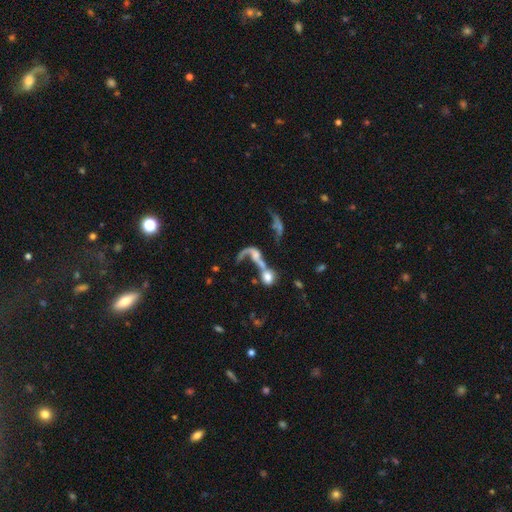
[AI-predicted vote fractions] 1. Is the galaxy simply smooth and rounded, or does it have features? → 62% featured or disk, 26% smooth, 12% star or artifact.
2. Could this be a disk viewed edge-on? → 92% no, 8% yes.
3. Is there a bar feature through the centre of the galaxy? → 66% no, 24% weak, 10% strong.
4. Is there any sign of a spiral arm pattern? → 64% yes, 36% no.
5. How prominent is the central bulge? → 30% none, 28% moderate, 27% small, 12% large, 4% dominant.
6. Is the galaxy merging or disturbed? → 61% merger, 19% major disturbance, 13% none, 6% minor disturbance.